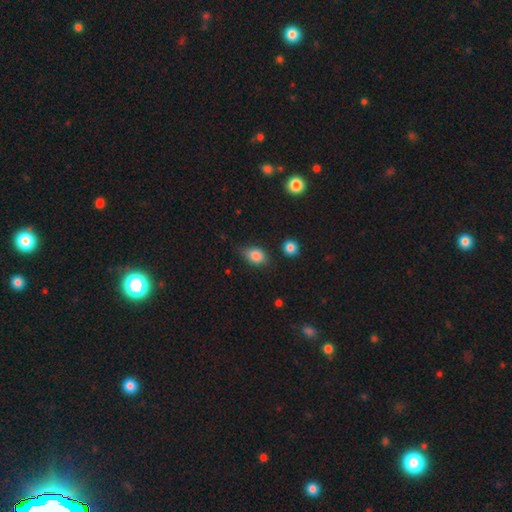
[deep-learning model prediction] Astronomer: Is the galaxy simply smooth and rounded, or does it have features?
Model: smooth — 84%.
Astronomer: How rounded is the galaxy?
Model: in between — 67%.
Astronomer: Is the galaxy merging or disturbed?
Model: none — 60%.